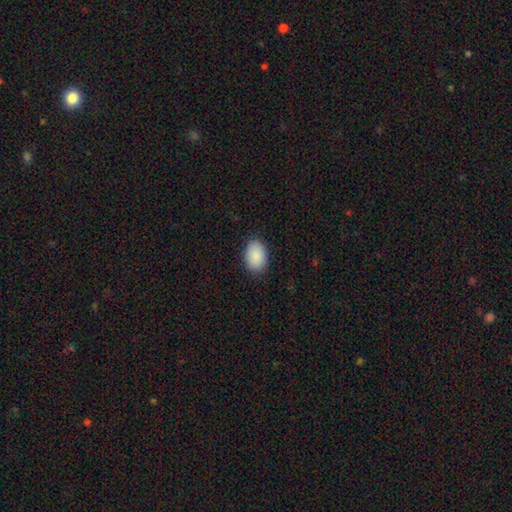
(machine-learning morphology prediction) The model was most divided on "how rounded": in between: 86%, round: 13%, cigar-shaped: 1%. More confident: smooth or featured — smooth (90%); merging — none (87%).